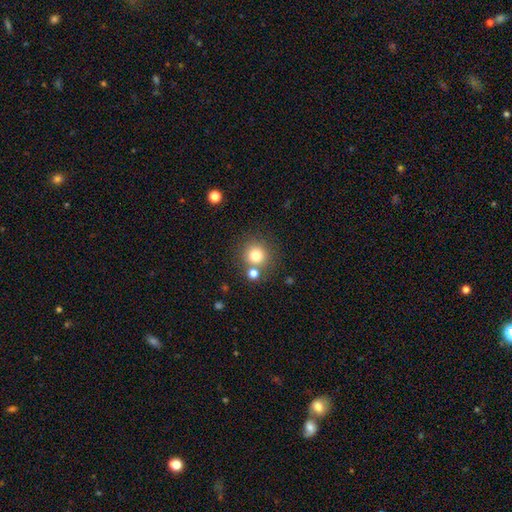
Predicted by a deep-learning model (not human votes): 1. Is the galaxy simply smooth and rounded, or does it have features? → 78% smooth, 13% star or artifact, 9% featured or disk.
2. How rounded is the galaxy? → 93% round, 6% in between, 1% cigar-shaped.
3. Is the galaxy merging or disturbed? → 75% none, 14% merger, 8% minor disturbance, 3% major disturbance.